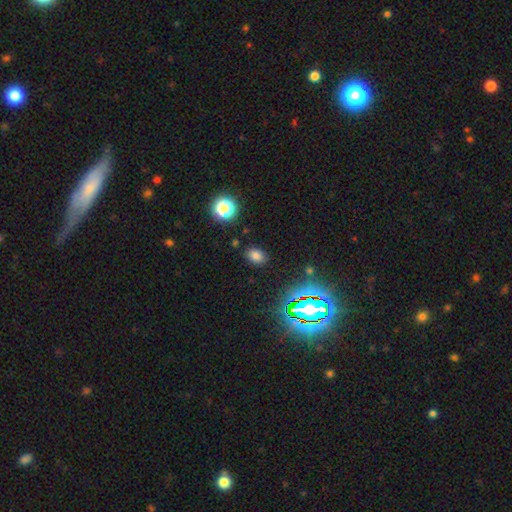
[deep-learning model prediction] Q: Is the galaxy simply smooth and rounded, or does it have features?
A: smooth — 72%.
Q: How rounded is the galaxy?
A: in between — 70%.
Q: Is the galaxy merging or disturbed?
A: none — 86%.